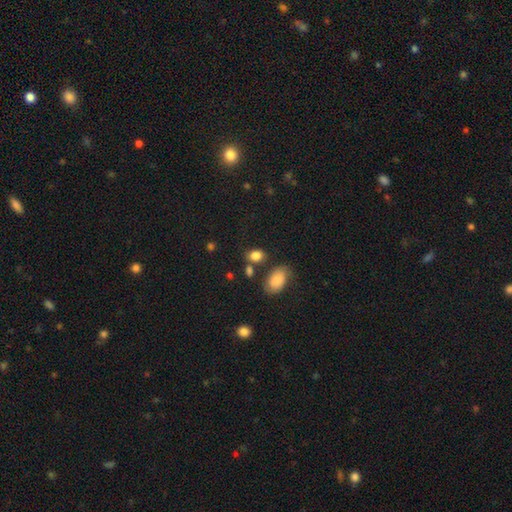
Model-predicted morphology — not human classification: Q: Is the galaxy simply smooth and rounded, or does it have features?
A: smooth — 84%.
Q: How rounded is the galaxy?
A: in between — 72%.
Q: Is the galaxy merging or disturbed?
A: none — 67%.